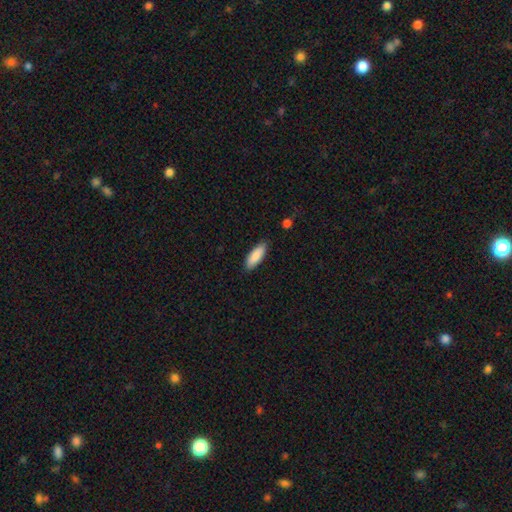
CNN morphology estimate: Overall: smooth (88%). How rounded: in between (66%; cigar-shaped 32%). Merging: none (87%).